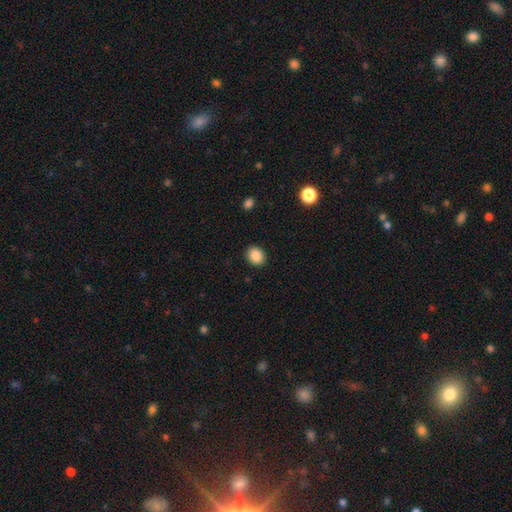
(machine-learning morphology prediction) Smooth or featured? smooth (89%)
How rounded? round (57%)
Merging? none (90%)